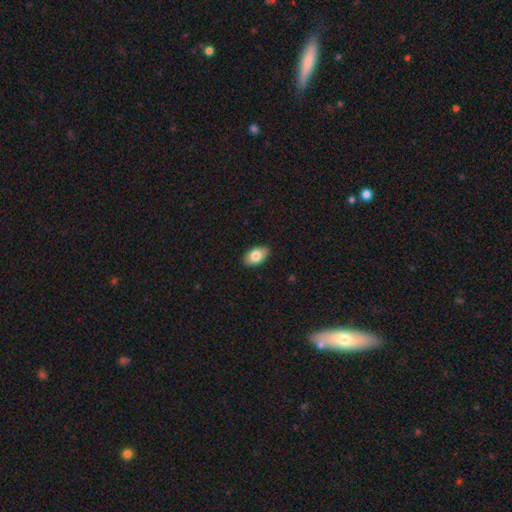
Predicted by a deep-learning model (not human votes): Morphology: type=smooth (82%); roundness=in between (92%); merging=none (87%).